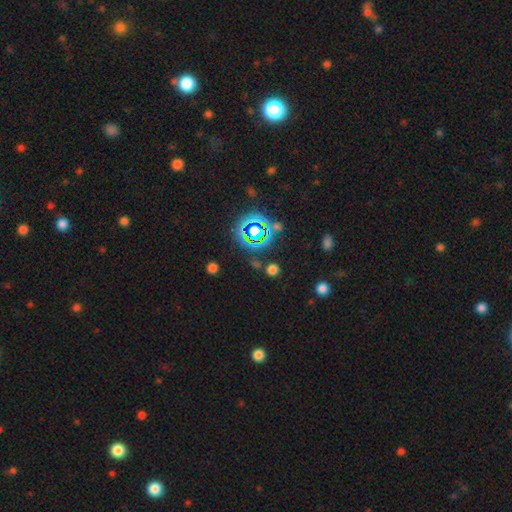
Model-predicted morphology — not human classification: Smooth or featured?
  - star or artifact: 71% *
  - smooth: 19%
  - featured or disk: 10%